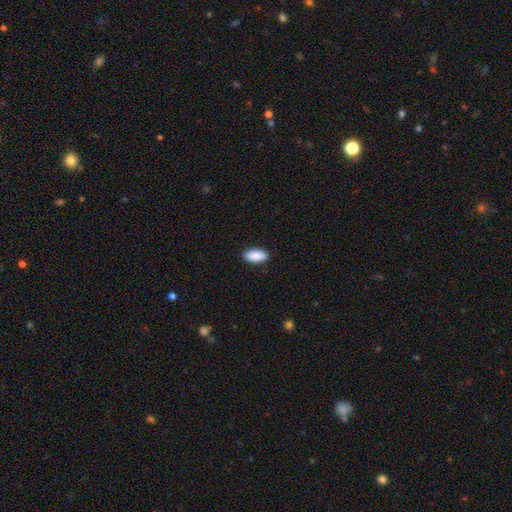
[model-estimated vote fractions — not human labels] smooth 90%, star or artifact 6%, featured or disk 4%. Down the decision tree: how rounded — in between (92%); merging — none (90%).